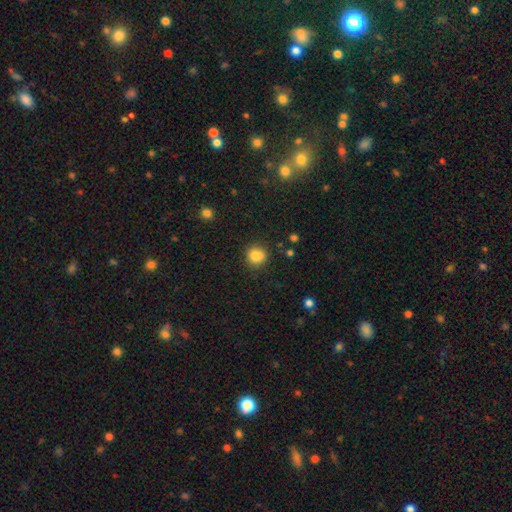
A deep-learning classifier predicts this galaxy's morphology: A smooth galaxy with no disk features (83%) that is round (84%). Merging: none (76%).